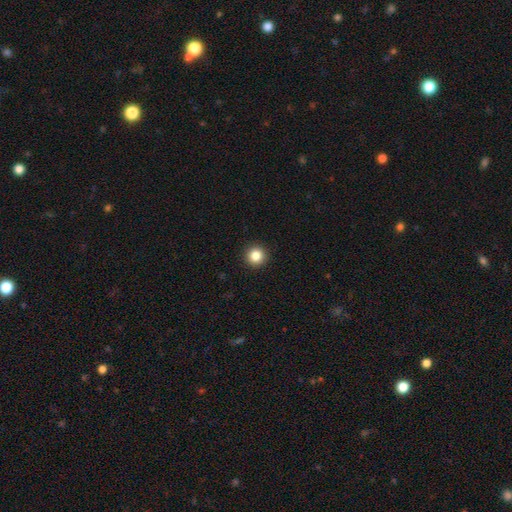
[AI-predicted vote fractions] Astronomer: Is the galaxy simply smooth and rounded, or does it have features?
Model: smooth — 85%.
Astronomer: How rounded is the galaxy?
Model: round — 95%.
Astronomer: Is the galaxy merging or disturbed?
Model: none — 93%.